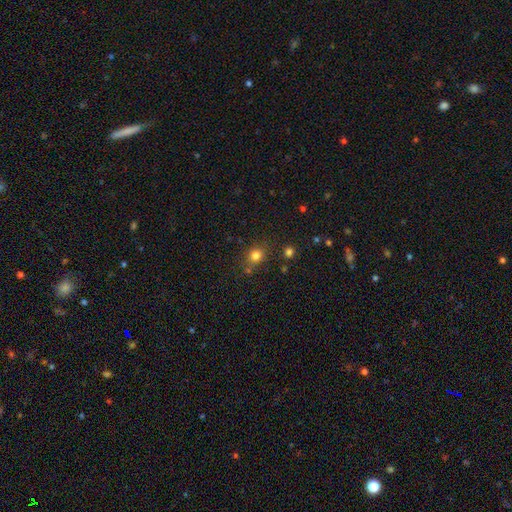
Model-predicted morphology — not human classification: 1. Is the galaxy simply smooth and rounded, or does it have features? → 79% smooth, 14% star or artifact, 6% featured or disk.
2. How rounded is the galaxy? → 77% round, 22% in between, 1% cigar-shaped.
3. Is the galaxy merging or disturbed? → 76% none, 13% minor disturbance, 8% merger, 4% major disturbance.